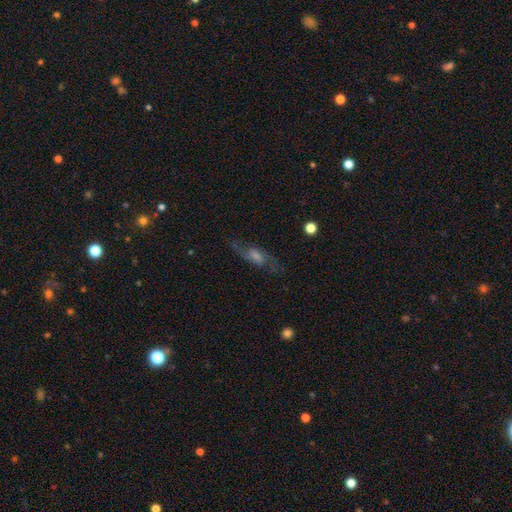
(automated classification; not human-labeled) Smooth or featured? featured or disk (65%)
Edge-on disk? no (77%)
Bar? weak (44%)
Spiral arms? yes (87%)
Bulge size? moderate (38%)
Merging? none (72%)